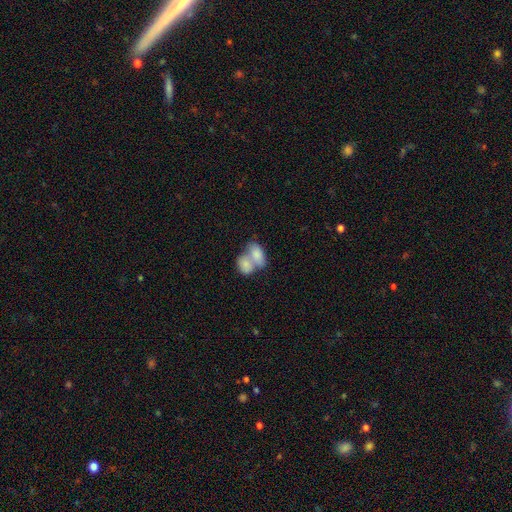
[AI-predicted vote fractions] smooth_or_featured: smooth (p=0.78) [alt: featured or disk p=0.15]
how_rounded: in between (p=0.85) [alt: round p=0.13]
merging: merger (p=0.74) [alt: none p=0.16]